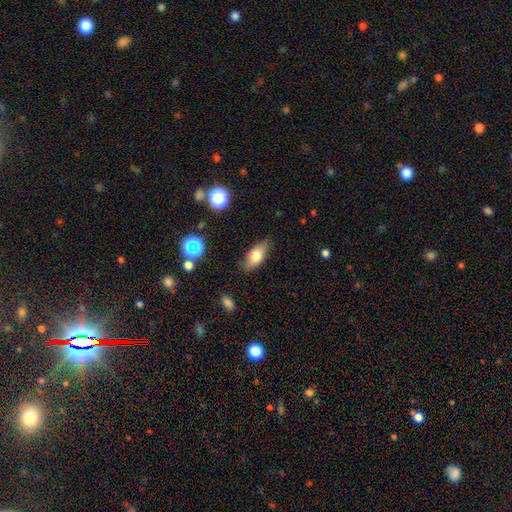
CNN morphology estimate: smooth-or-featured: smooth: 72% | featured or disk: 19% | star or artifact: 8%
  how-rounded: in between: 80% | cigar-shaped: 16% | round: 4%
  merging: none: 79% | minor disturbance: 16% | major disturbance: 4% | merger: 2%